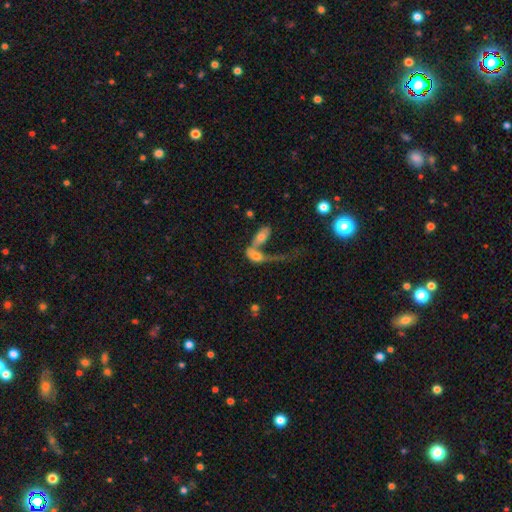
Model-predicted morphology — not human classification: type=smooth (53%); roundness=in between (77%); merging=merger (71%).